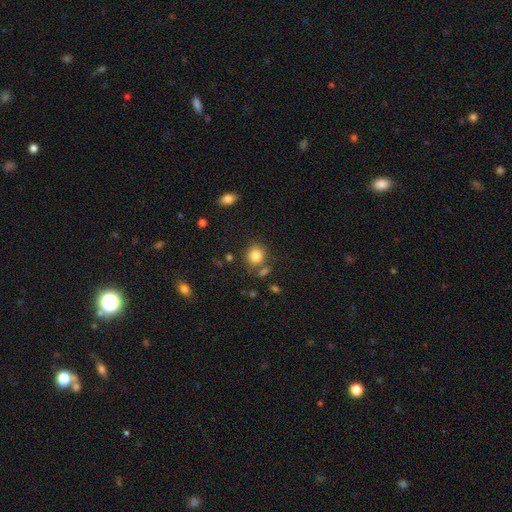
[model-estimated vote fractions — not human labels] Overall: smooth (83%). How rounded: round (82%). Merging: none (75%).